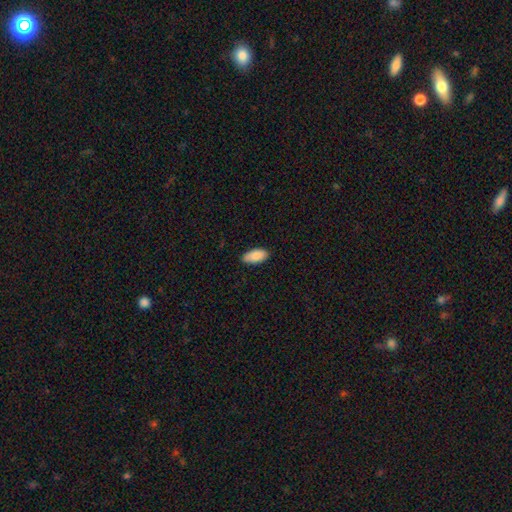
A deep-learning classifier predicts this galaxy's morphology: smooth-or-featured: smooth: 89% | star or artifact: 6% | featured or disk: 5%
  how-rounded: in between: 93% | cigar-shaped: 5% | round: 2%
  merging: none: 86% | minor disturbance: 11% | major disturbance: 2% | merger: 1%